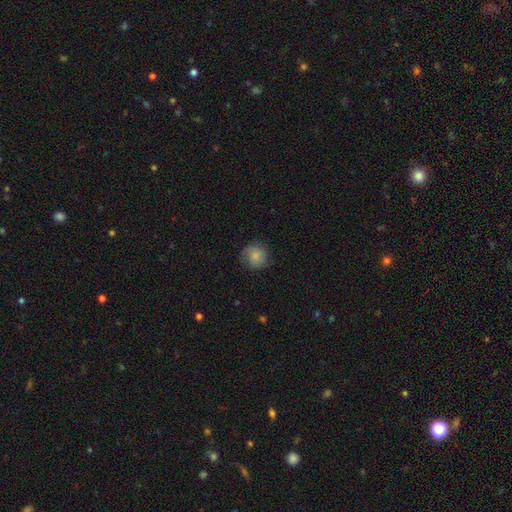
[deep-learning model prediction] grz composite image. It shows a smooth galaxy with no disk features (78%) that is round (89%). Merging: none (75%).